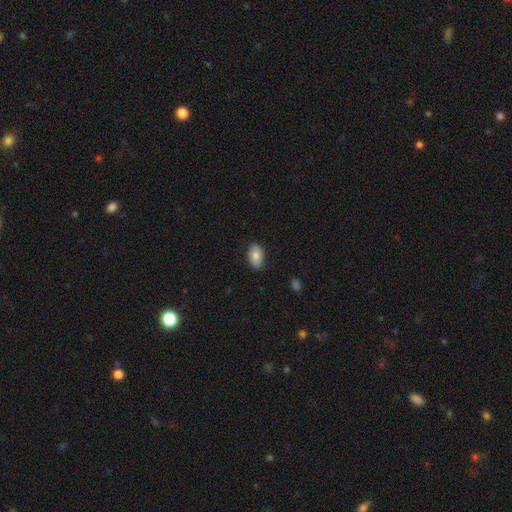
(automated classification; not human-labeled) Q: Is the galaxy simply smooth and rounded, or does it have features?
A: smooth — 78%.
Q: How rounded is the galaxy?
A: in between — 91%.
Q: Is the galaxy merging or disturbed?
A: none — 84%.